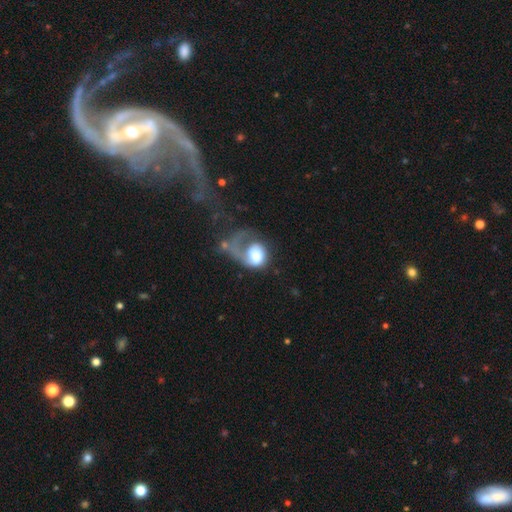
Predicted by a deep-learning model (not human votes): Smooth or featured: featured or disk — 52% (smooth — 40%)
Edge-on disk: no — 97% (yes — 3%)
Bar: no — 79% (weak — 17%)
Spiral arms: yes — 71% (no — 29%)
Bulge size: large — 46% (moderate — 32%)
Merging: major disturbance — 61% (none — 16%)